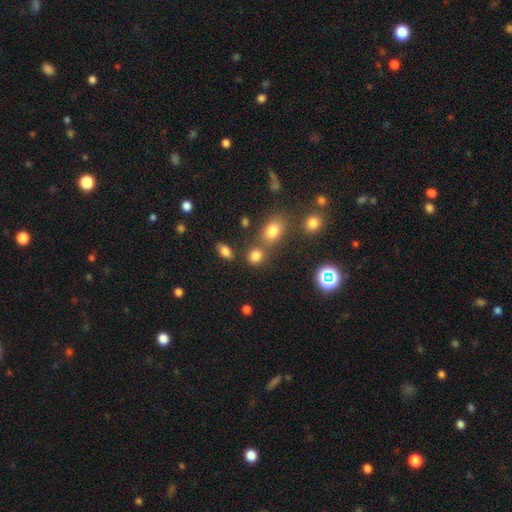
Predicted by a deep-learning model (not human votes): This appears to be a smooth galaxy with no disk features (79%) that is round (68%). Merging: none (64%).